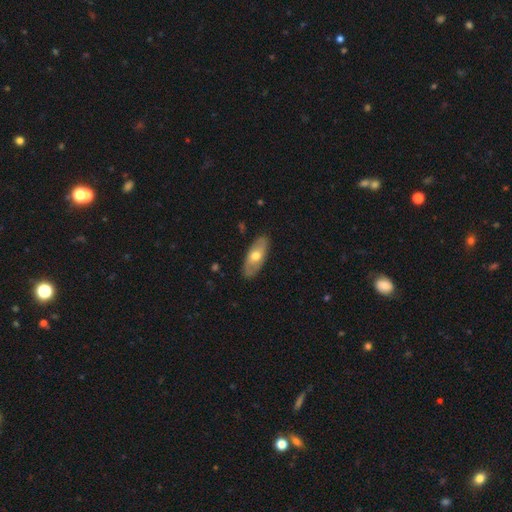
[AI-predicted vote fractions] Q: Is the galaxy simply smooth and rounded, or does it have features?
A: smooth — 54%.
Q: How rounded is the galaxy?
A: in between — 82%.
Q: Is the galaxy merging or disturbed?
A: none — 86%.